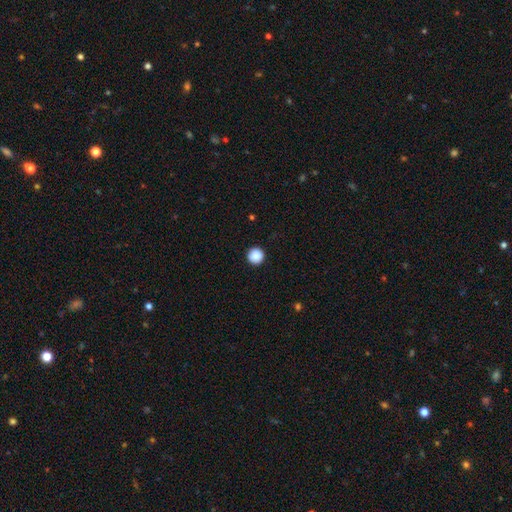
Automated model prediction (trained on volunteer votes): This is clearly a smooth galaxy (89%). How rounded: clearly round (96%). Merging: clearly none (93%).